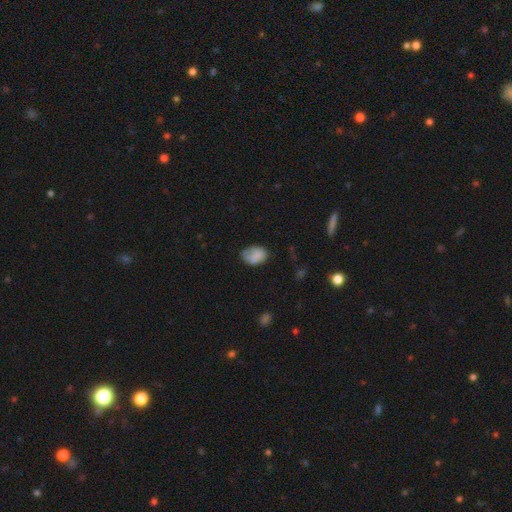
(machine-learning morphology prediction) Smooth or featured? Predicted: smooth (p=0.76). How rounded? Predicted: in between (p=0.74). Merging? Predicted: none (p=0.53).